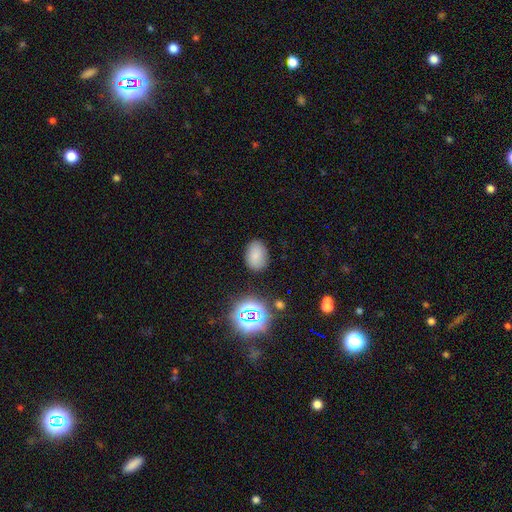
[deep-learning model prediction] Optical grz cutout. It shows a smooth galaxy with no disk features (78%) that is in between round and cigar-shaped (82%). Merging: none (82%).